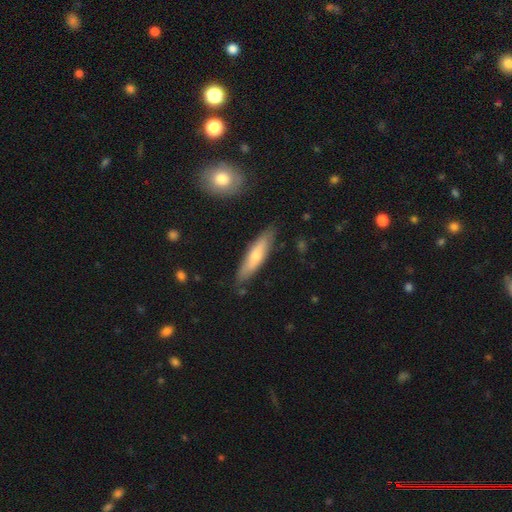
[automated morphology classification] Smooth or featured? Predicted: smooth (p=0.59). How rounded? Predicted: cigar-shaped (p=0.72). Merging? Predicted: none (p=0.83).